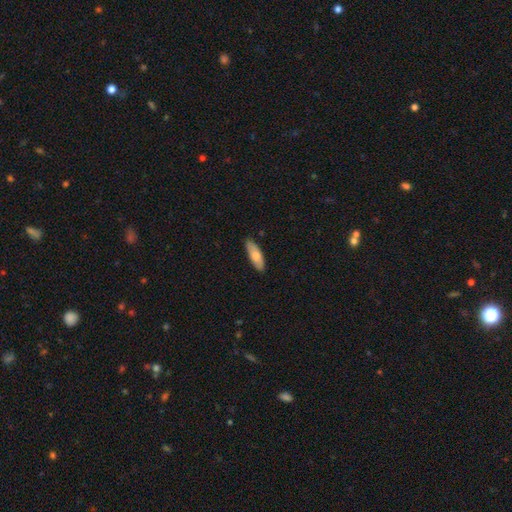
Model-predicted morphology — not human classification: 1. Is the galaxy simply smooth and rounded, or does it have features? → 74% smooth, 20% featured or disk, 5% star or artifact.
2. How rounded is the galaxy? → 58% in between, 40% cigar-shaped, 2% round.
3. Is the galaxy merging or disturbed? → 85% none, 13% minor disturbance, 2% major disturbance, 1% merger.